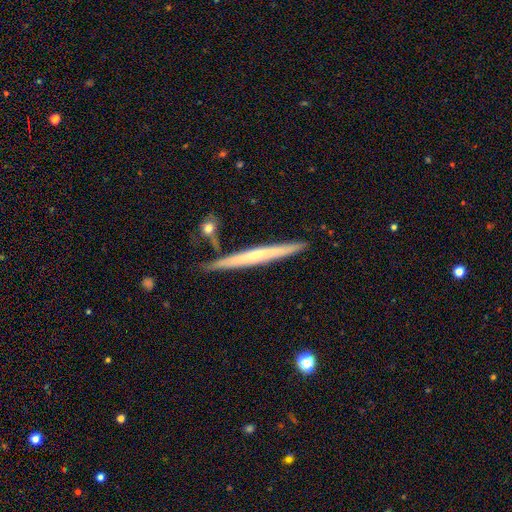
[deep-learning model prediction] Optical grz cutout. It shows a featured or disk galaxy (61%) viewed edge-on (96%) with no central bulge (52%). Merging: none (84%).